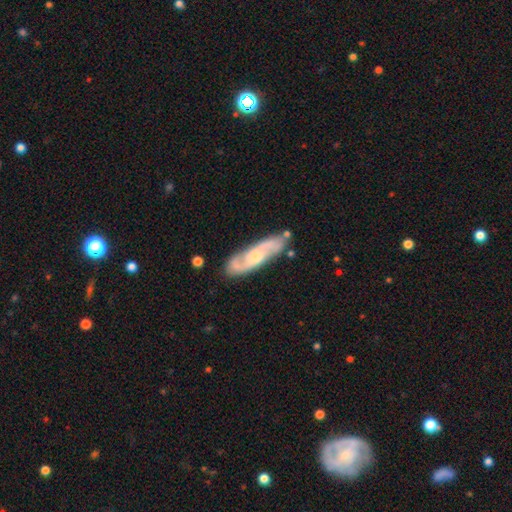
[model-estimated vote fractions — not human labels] Smooth or featured? Predicted: featured or disk (p=0.75). Edge-on disk? Predicted: no (p=0.82). Bar? Predicted: no (p=0.55). Spiral arms? Predicted: yes (p=0.92). Spiral winding? Predicted: medium (p=0.51). Spiral arm count? Predicted: 2 (p=0.84). Bulge size? Predicted: moderate (p=0.54). Merging? Predicted: none (p=0.77).